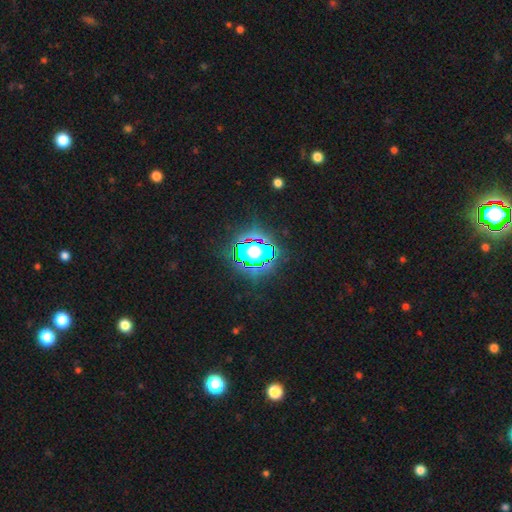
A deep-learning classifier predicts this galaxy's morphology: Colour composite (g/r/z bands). It shows a star or artifact, not a galaxy (73%).